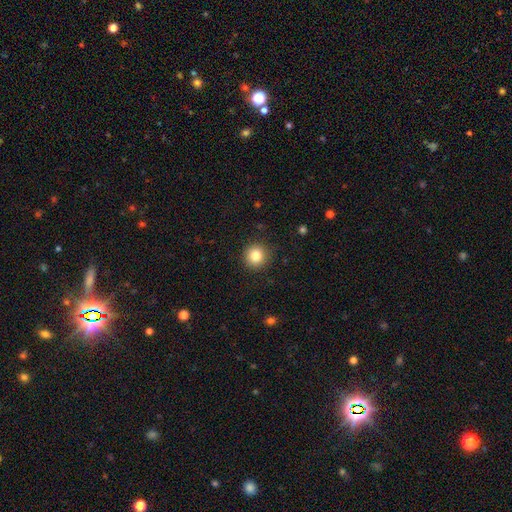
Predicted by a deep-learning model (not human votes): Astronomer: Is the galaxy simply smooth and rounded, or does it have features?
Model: smooth — 82%.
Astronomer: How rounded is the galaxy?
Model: round — 94%.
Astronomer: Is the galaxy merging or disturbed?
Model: none — 91%.